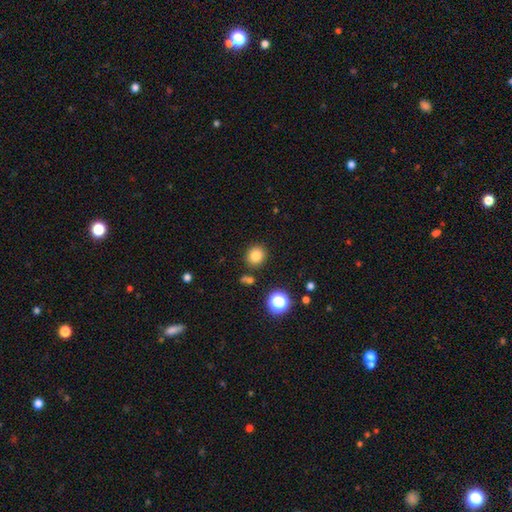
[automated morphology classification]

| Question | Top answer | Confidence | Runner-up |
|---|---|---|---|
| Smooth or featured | smooth | 81% | star or artifact (13%) |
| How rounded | round | 83% | in between (16%) |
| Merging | none | 86% | minor disturbance (8%) |